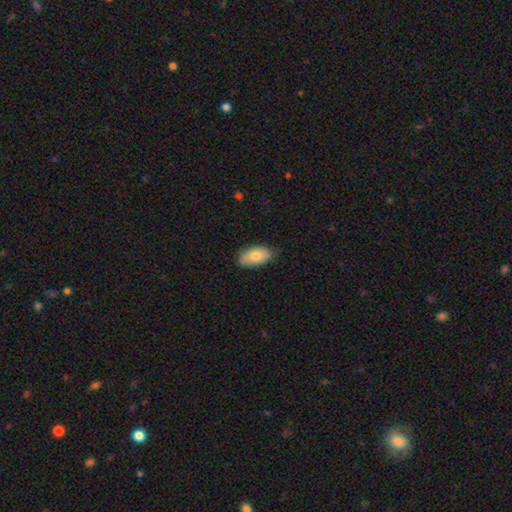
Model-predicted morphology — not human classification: Smooth or featured?
  - smooth: 78% *
  - featured or disk: 16%
  - star or artifact: 6%
How rounded?
  - in between: 93% *
  - round: 4%
  - cigar-shaped: 3%
Merging?
  - none: 77% *
  - minor disturbance: 20%
  - major disturbance: 3%
  - merger: 1%